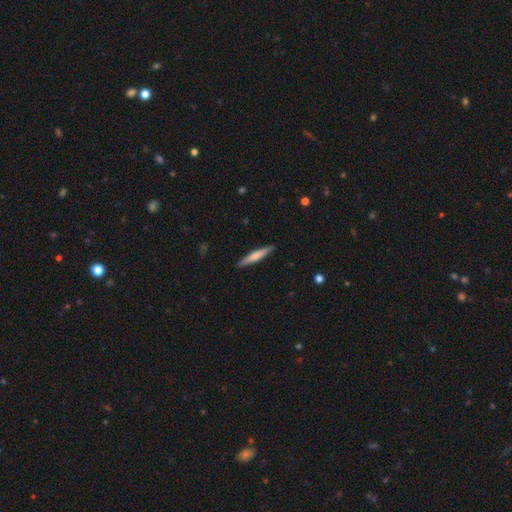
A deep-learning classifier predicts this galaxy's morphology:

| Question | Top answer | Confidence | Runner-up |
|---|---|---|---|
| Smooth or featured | smooth | 63% | featured or disk (31%) |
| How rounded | cigar-shaped | 94% | in between (5%) |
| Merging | none | 91% | minor disturbance (7%) |